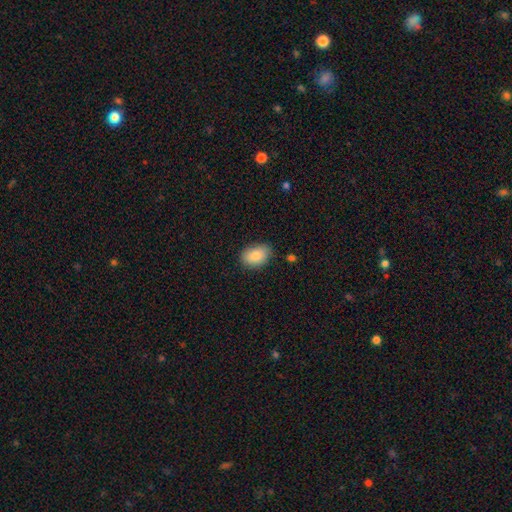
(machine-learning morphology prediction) smooth 87%, star or artifact 7%, featured or disk 6%. Down the decision tree: how rounded — in between (84%); merging — none (78%).